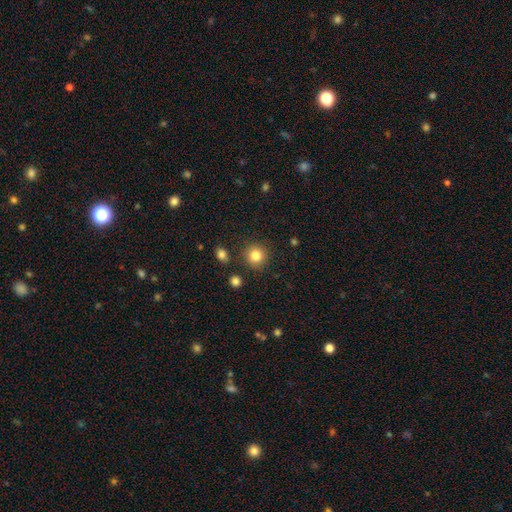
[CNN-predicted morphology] smooth-or-featured: smooth: 84% | star or artifact: 11% | featured or disk: 6%
  how-rounded: round: 93% | in between: 6% | cigar-shaped: 1%
  merging: none: 87% | minor disturbance: 7% | merger: 3% | major disturbance: 3%